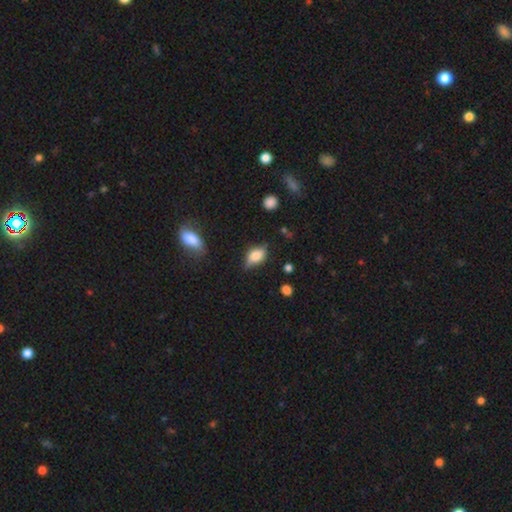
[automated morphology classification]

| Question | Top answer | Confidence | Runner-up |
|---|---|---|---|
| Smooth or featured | smooth | 54% | featured or disk (37%) |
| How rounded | in between | 79% | round (14%) |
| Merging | none | 60% | minor disturbance (28%) |